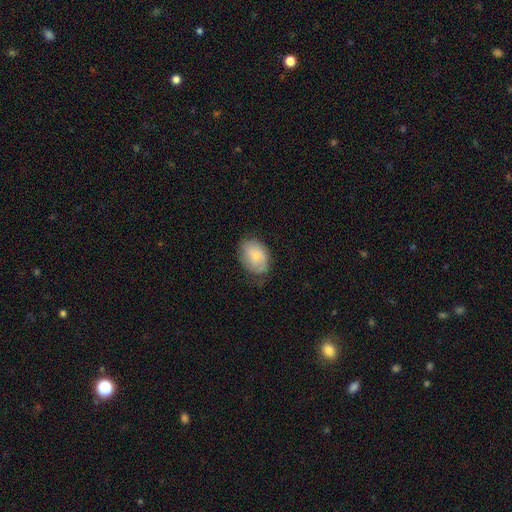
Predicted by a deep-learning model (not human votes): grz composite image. It shows a smooth galaxy with no disk features (73%) that is in between round and cigar-shaped (80%). Merging: none (63%).